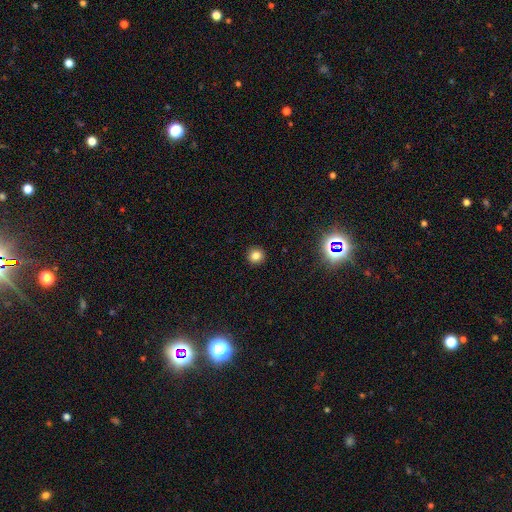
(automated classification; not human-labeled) This is clearly a smooth galaxy (82%). How rounded: clearly round (93%). Merging: clearly none (92%).